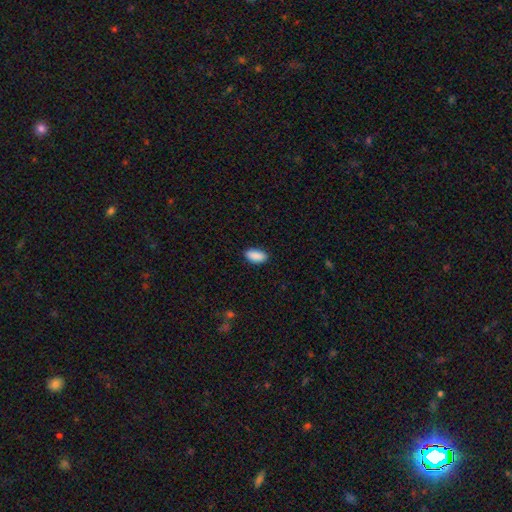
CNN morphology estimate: Smooth or featured: smooth — 90% (star or artifact — 7%)
How rounded: in between — 92% (cigar-shaped — 5%)
Merging: none — 87% (minor disturbance — 10%)